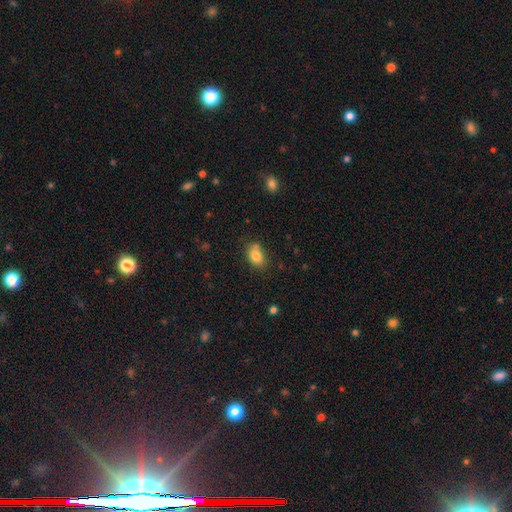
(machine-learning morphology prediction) smooth_or_featured: smooth (p=0.82) [alt: star or artifact p=0.09]
how_rounded: in between (p=0.79) [alt: round p=0.19]
merging: none (p=0.68) [alt: minor disturbance p=0.20]